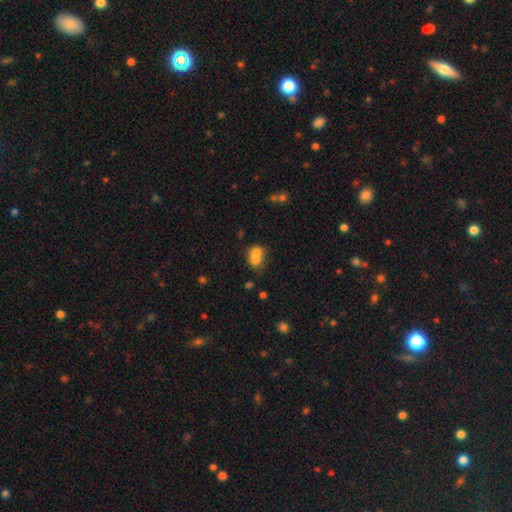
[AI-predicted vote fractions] smooth_or_featured: smooth (p=0.71) [alt: featured or disk p=0.18]
how_rounded: round (p=0.53) [alt: in between p=0.46]
merging: merger (p=0.66) [alt: none p=0.23]